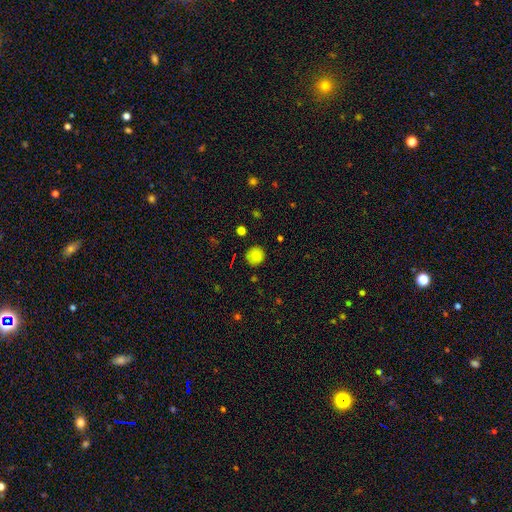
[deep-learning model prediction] This is clearly a smooth galaxy (85%). How rounded: clearly round (91%). Merging: clearly none (84%).